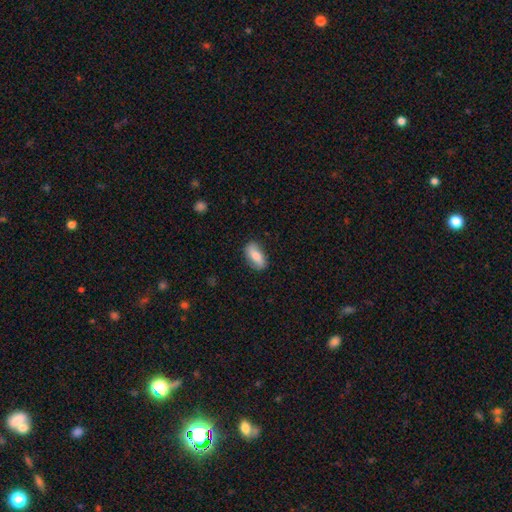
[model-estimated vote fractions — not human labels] This is likely a smooth galaxy (74%). How rounded: clearly in between (85%). Merging: clearly none (83%).